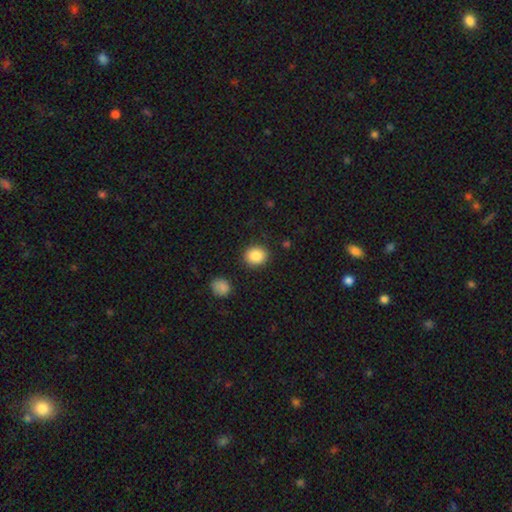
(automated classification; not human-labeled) smooth 87%, star or artifact 8%, featured or disk 4%. Down the decision tree: how rounded — round (72%); merging — none (88%).